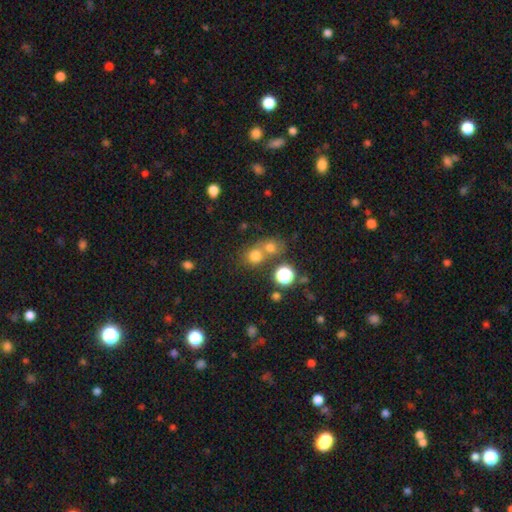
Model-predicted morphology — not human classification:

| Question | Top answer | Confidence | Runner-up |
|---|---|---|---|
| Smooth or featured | smooth | 72% | star or artifact (19%) |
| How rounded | round | 79% | in between (20%) |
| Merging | none | 49% | merger (38%) |